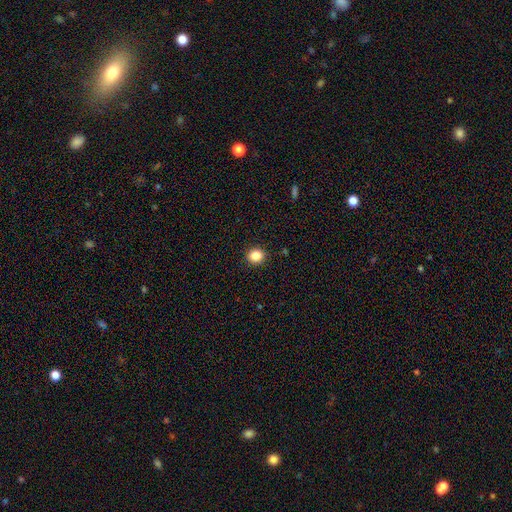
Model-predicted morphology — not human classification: Smooth or featured? smooth (85%)
How rounded? round (82%)
Merging? none (90%)